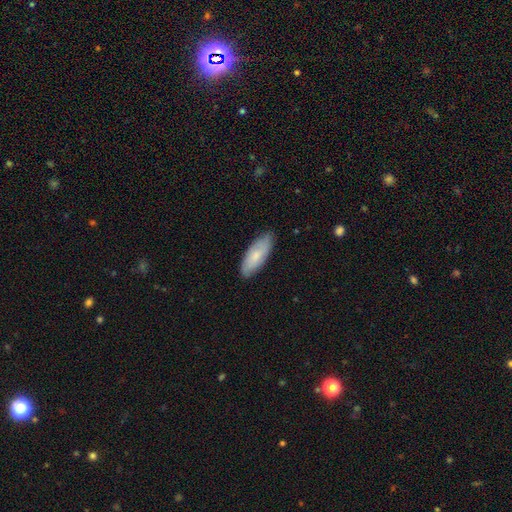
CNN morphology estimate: The model was most divided on "how rounded": in between: 74%, cigar-shaped: 25%, round: 2%. More confident: merging — none (81%); smooth or featured — smooth (72%).